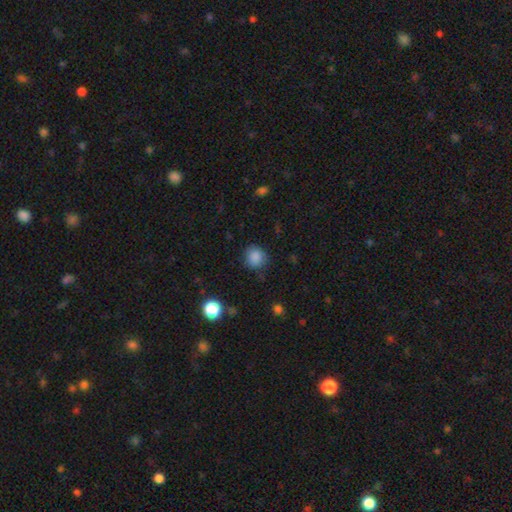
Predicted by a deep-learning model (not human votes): Q: Smooth or featured?
A: smooth (86%); runner-up: star or artifact (10%)
Q: How rounded?
A: round (88%); runner-up: in between (11%)
Q: Merging?
A: none (84%); runner-up: minor disturbance (11%)